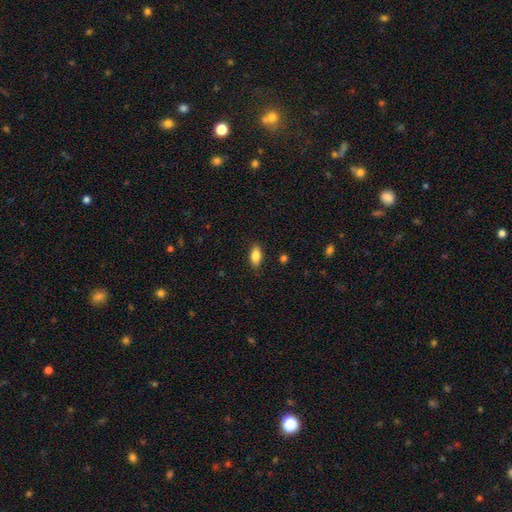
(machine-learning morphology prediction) This appears to be a smooth galaxy with no disk features (83%) that is in between round and cigar-shaped (86%). Merging: none (86%).